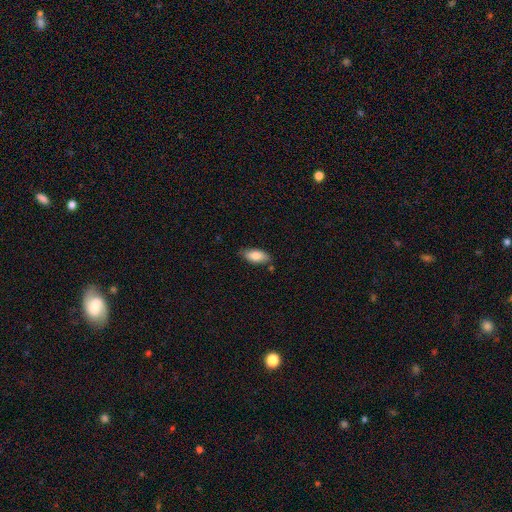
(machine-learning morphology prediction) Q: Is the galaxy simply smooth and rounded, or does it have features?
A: smooth — 82%.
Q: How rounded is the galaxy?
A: in between — 87%.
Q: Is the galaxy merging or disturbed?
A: none — 79%.